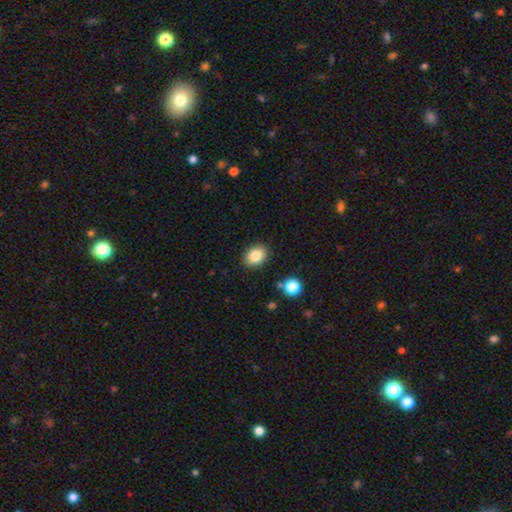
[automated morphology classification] This is clearly a smooth galaxy (84%). How rounded: likely in between (72%). Merging: clearly none (88%).